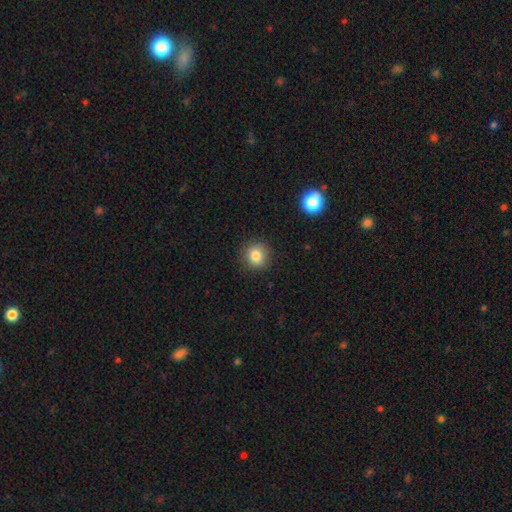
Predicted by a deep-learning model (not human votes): The model was most divided on "smooth or featured": smooth: 83%, star or artifact: 11%, featured or disk: 6%. More confident: how rounded — round (89%); merging — none (89%).